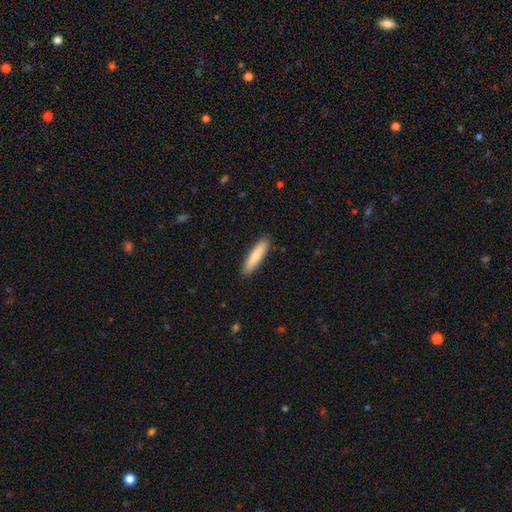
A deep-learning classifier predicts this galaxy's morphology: Q: Smooth or featured?
A: smooth (80%); runner-up: featured or disk (15%)
Q: How rounded?
A: cigar-shaped (79%); runner-up: in between (20%)
Q: Merging?
A: none (91%); runner-up: minor disturbance (7%)